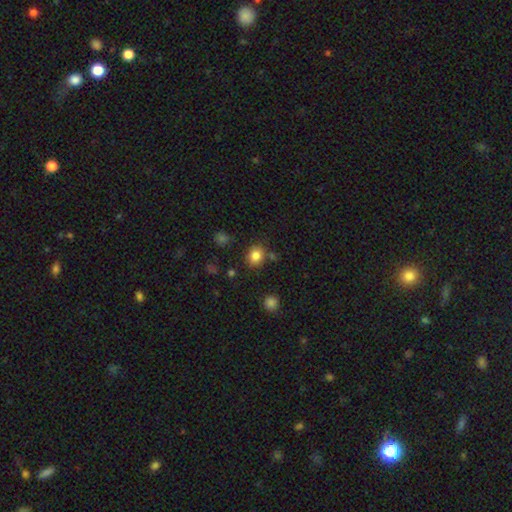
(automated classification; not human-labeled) Smooth or featured? smooth (82%)
How rounded? round (73%)
Merging? none (79%)